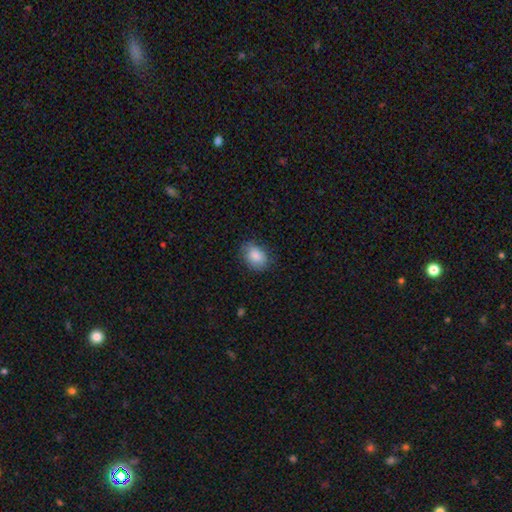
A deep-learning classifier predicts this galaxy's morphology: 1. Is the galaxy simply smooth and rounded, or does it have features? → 87% smooth, 7% star or artifact, 6% featured or disk.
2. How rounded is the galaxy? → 80% in between, 19% round, 1% cigar-shaped.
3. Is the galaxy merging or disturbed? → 79% none, 17% minor disturbance, 4% major disturbance, 1% merger.